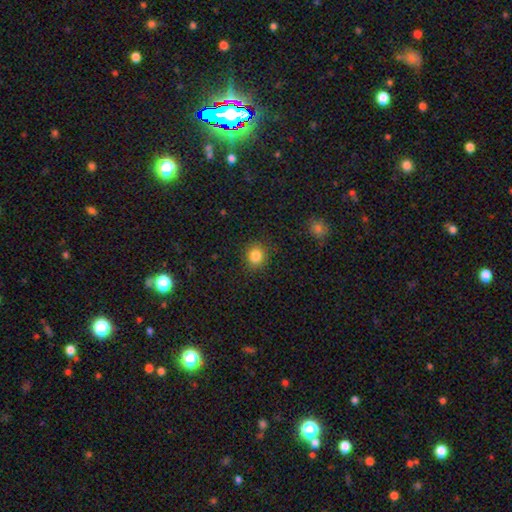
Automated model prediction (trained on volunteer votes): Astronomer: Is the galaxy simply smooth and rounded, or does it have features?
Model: smooth — 85%.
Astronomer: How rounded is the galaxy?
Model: round — 81%.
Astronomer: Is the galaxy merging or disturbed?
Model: none — 89%.